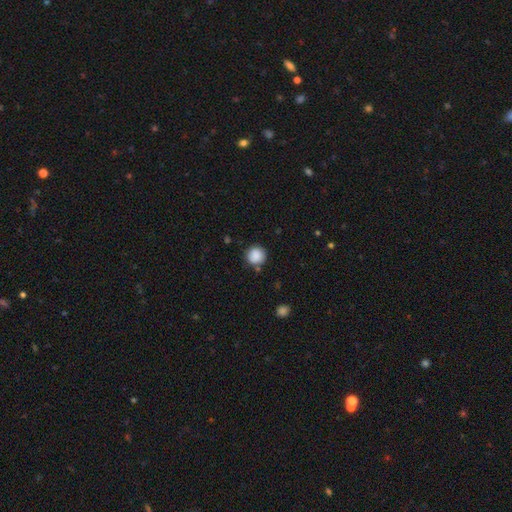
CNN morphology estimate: type=smooth (88%); roundness=round (94%); merging=none (83%).